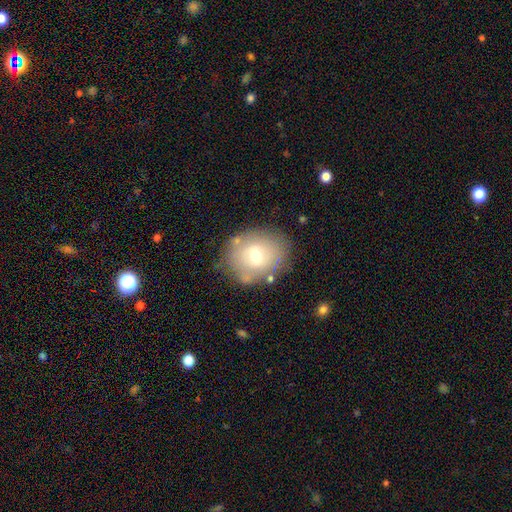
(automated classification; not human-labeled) smooth 61%, featured or disk 30%, star or artifact 9%. Down the decision tree: how rounded — round (63%); merging — none (74%).